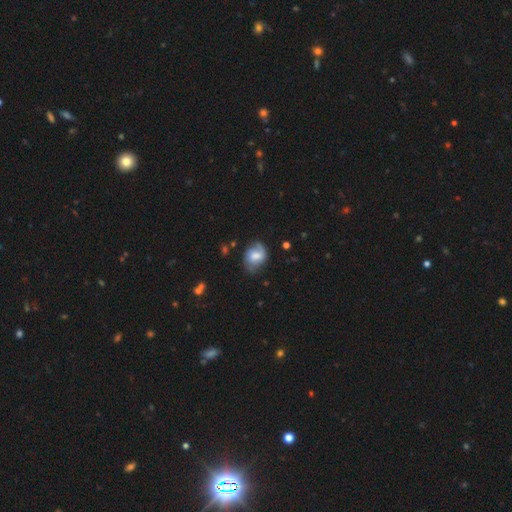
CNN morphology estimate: The model was most divided on "smooth or featured": smooth: 51%, featured or disk: 41%, star or artifact: 8%. More confident: merging — none (59%); how rounded — in between (59%).